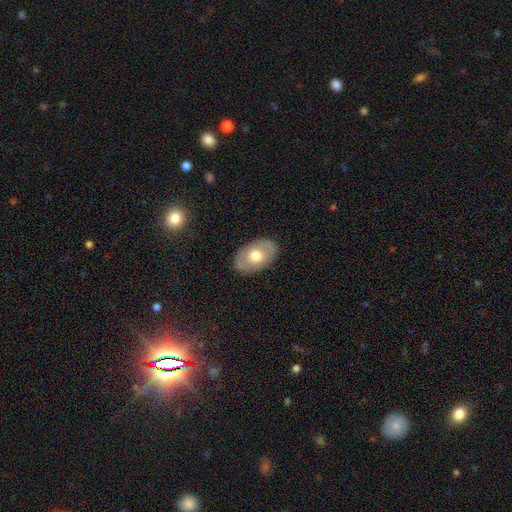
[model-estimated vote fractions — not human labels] This is likely a smooth galaxy (63%). How rounded: clearly in between (89%). Merging: clearly none (85%).